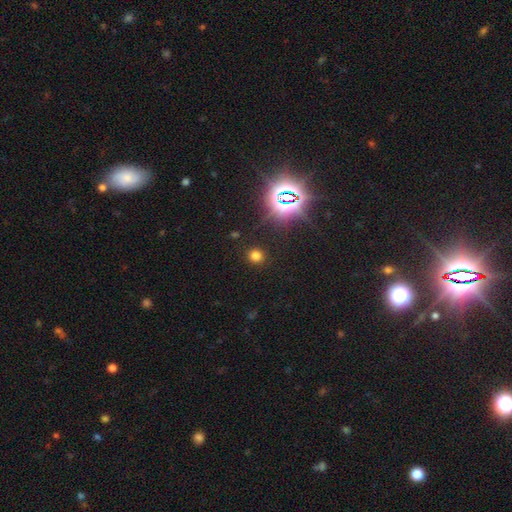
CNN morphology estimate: Smooth or featured?
  - smooth: 69% *
  - star or artifact: 25%
  - featured or disk: 6%
How rounded?
  - round: 87% *
  - in between: 12%
  - cigar-shaped: 1%
Merging?
  - none: 89% *
  - minor disturbance: 6%
  - major disturbance: 3%
  - merger: 2%